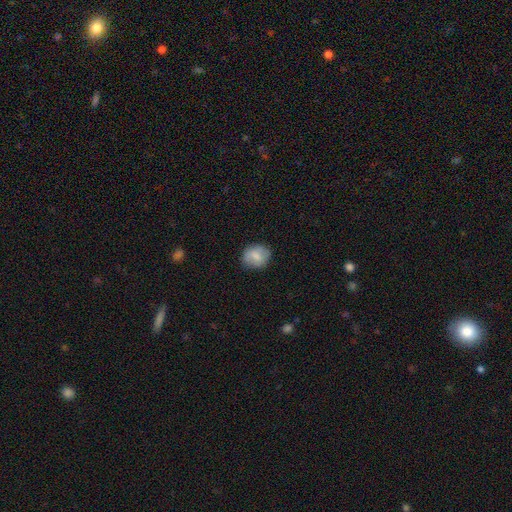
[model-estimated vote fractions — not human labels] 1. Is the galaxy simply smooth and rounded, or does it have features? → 76% smooth, 17% featured or disk, 8% star or artifact.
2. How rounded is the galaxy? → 60% round, 39% in between, 1% cigar-shaped.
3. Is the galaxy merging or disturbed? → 79% none, 16% minor disturbance, 4% major disturbance, 1% merger.